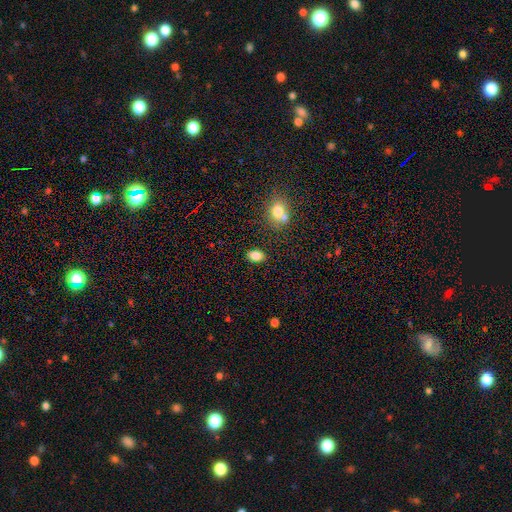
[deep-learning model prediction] This is clearly a smooth galaxy (84%). How rounded: clearly in between (81%). Merging: clearly none (84%).